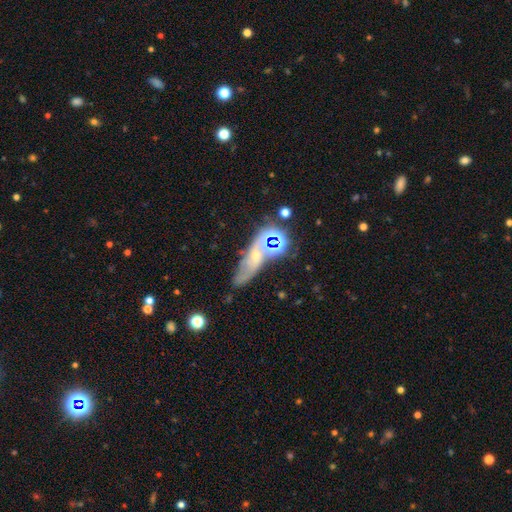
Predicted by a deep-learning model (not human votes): Smooth or featured?
  - smooth: 36% *
  - featured or disk: 35%
  - star or artifact: 29%
Merging?
  - none: 49% *
  - minor disturbance: 21%
  - merger: 16%
  - major disturbance: 14%